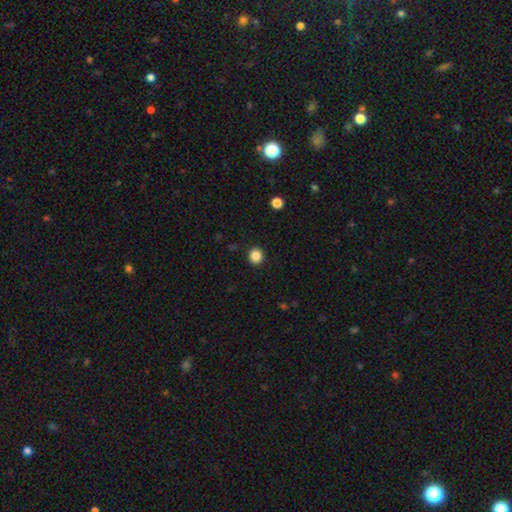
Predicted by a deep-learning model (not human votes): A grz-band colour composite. It shows a smooth galaxy with no disk features (86%) that is round (90%). Merging: none (92%).